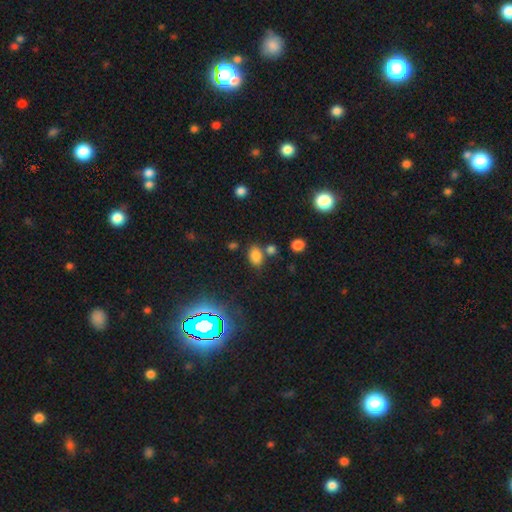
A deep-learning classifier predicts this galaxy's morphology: Smooth or featured: smooth — 77% (star or artifact — 16%)
How rounded: in between — 86% (round — 13%)
Merging: none — 68% (merger — 14%)